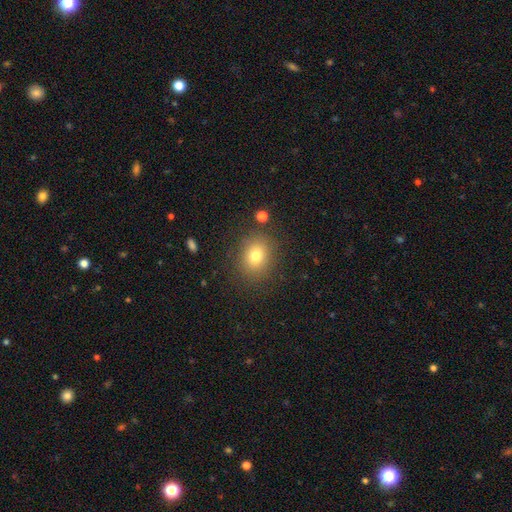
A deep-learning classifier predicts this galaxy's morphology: smooth_or_featured: smooth (p=0.77) [alt: star or artifact p=0.13]
how_rounded: round (p=0.65) [alt: in between p=0.34]
merging: none (p=0.83) [alt: minor disturbance p=0.10]